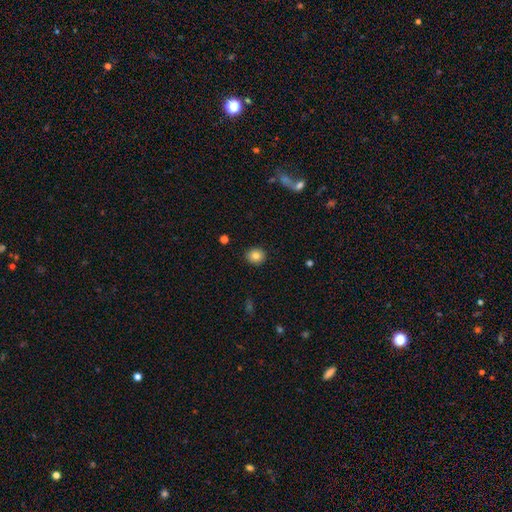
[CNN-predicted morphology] This is clearly a smooth galaxy (83%). How rounded: clearly round (81%). Merging: clearly none (90%).